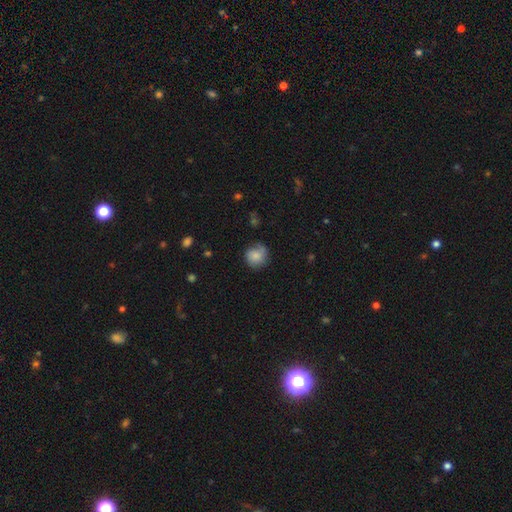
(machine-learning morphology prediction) smooth-or-featured: smooth: 74% | featured or disk: 17% | star or artifact: 8%
  how-rounded: round: 86% | in between: 13% | cigar-shaped: 1%
  merging: none: 63% | minor disturbance: 25% | major disturbance: 9% | merger: 2%